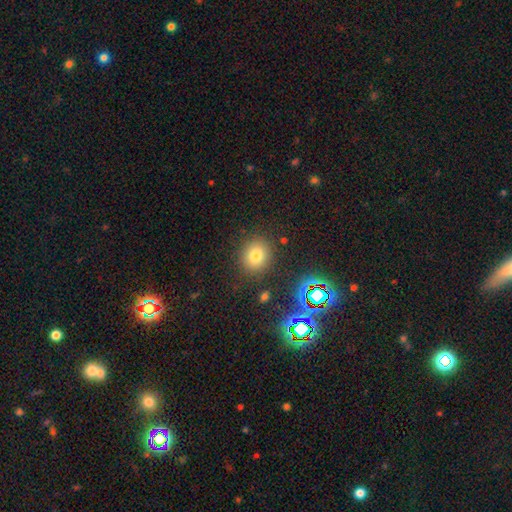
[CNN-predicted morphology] type=smooth (75%); roundness=round (75%); merging=none (86%).